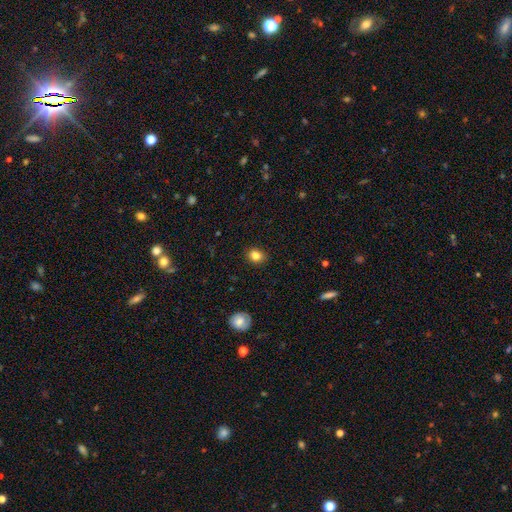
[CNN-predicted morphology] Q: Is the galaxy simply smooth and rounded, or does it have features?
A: smooth — 83%.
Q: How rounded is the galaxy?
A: round — 59%.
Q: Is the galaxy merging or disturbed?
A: none — 88%.